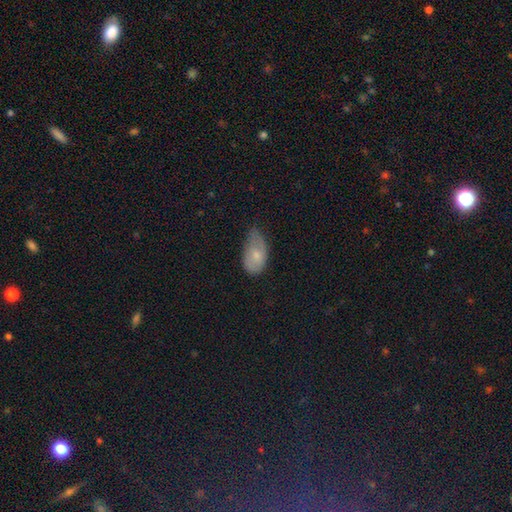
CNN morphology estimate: smooth 70%, featured or disk 22%, star or artifact 7%. Down the decision tree: how rounded — in between (92%); merging — minor disturbance (50%).